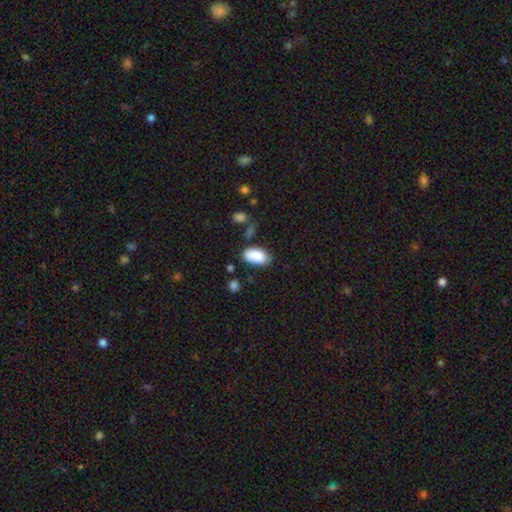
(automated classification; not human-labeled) This is clearly a smooth galaxy (88%). How rounded: clearly in between (95%). Merging: likely none (72%).